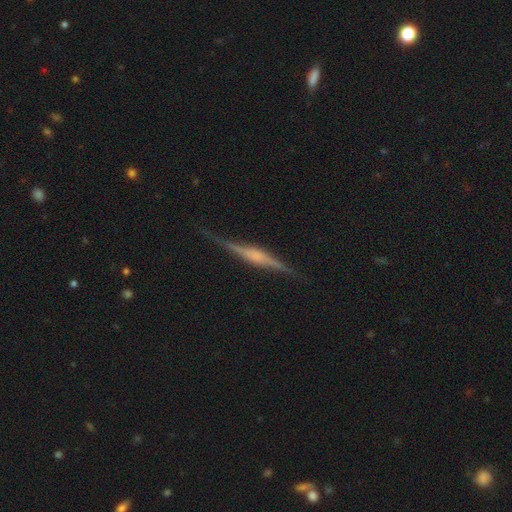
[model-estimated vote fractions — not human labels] Q: Smooth or featured?
A: featured or disk (80%); runner-up: smooth (13%)
Q: Edge-on disk?
A: yes (98%); runner-up: no (2%)
Q: Edge-on bulge?
A: rounded (57%); runner-up: boxy (30%)
Q: Merging?
A: none (84%); runner-up: minor disturbance (12%)